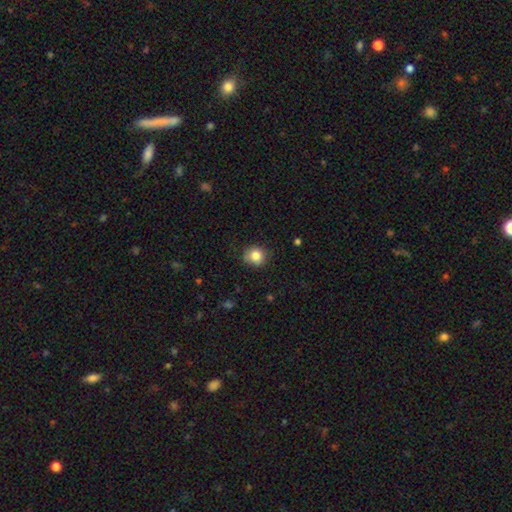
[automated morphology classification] This is clearly a smooth galaxy (84%). How rounded: clearly round (87%). Merging: clearly none (82%).